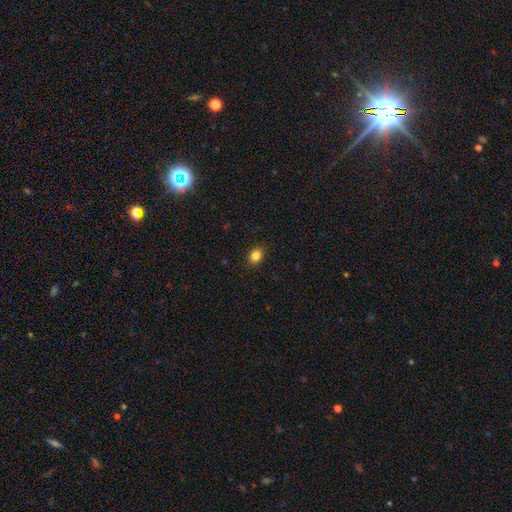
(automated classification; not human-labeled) The model was most divided on "how rounded": in between: 58%, round: 41%, cigar-shaped: 1%. More confident: merging — none (89%); smooth or featured — smooth (84%).